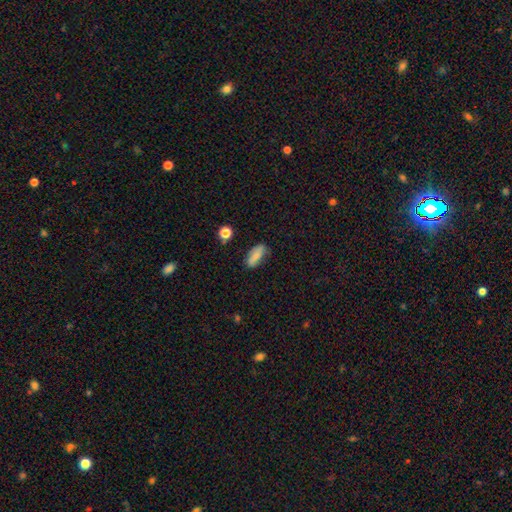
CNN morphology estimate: A smooth galaxy with no disk features (75%) that is in between round and cigar-shaped (75%).

Vote fractions:
- Smooth or featured? smooth: 75% / featured or disk: 16% / star or artifact: 8%
- How rounded? in between: 75% / cigar-shaped: 21% / round: 4%
- Merging? none: 76% / minor disturbance: 18% / major disturbance: 4% / merger: 2%